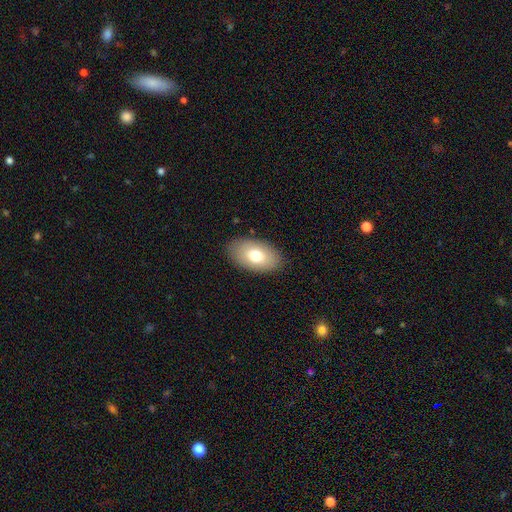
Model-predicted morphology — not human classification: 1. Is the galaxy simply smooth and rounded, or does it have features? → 74% smooth, 19% featured or disk, 7% star or artifact.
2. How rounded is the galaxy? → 93% in between, 5% round, 1% cigar-shaped.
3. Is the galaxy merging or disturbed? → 87% none, 10% minor disturbance, 3% major disturbance, 1% merger.